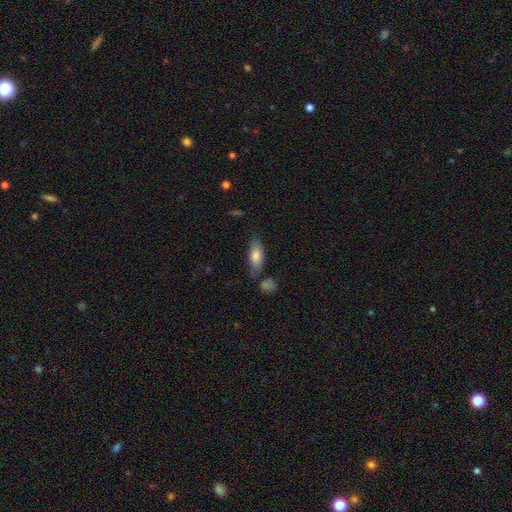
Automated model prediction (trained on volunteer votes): A smooth galaxy with no disk features (77%) that is in between round and cigar-shaped (75%).

Vote fractions:
- Smooth or featured? smooth: 77% / featured or disk: 17% / star or artifact: 6%
- How rounded? in between: 75% / cigar-shaped: 22% / round: 2%
- Merging? none: 69% / minor disturbance: 19% / merger: 8% / major disturbance: 5%